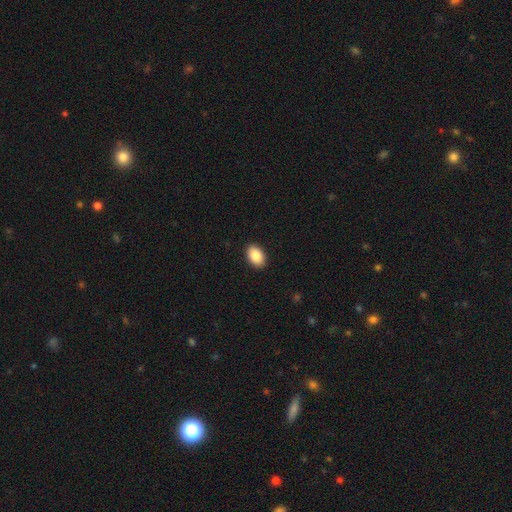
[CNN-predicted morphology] The model was most divided on "smooth or featured": smooth: 88%, star or artifact: 7%, featured or disk: 6%. More confident: merging — none (91%); how rounded — in between (90%).